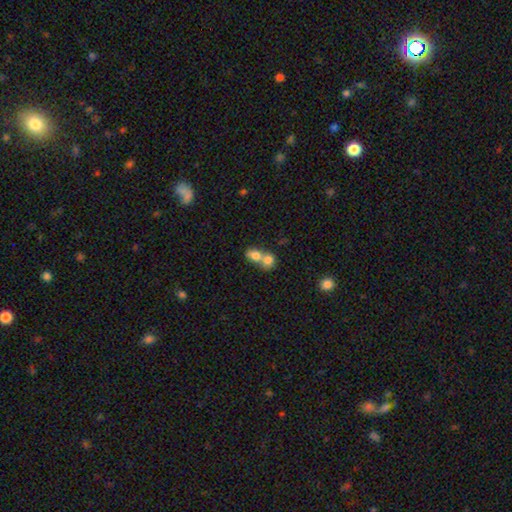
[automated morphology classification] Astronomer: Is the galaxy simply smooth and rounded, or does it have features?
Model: smooth — 75%.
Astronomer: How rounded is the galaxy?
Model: round — 54% (runner-up: in between, 44%).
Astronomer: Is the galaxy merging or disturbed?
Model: merger — 75%.